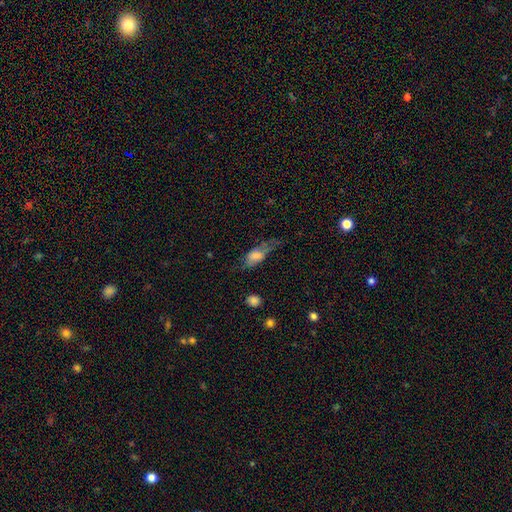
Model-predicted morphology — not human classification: smooth 60%, featured or disk 30%, star or artifact 9%. Down the decision tree: how rounded — in between (74%); merging — none (39%).